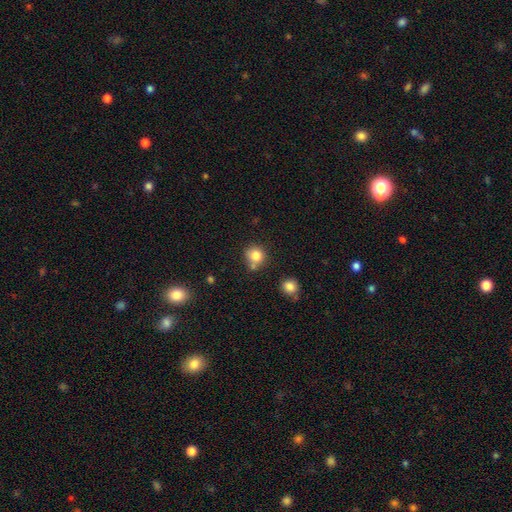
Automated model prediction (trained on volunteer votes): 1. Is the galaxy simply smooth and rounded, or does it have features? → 80% smooth, 11% star or artifact, 9% featured or disk.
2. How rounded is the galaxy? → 87% round, 12% in between, 1% cigar-shaped.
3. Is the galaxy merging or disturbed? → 63% none, 18% merger, 14% minor disturbance, 4% major disturbance.